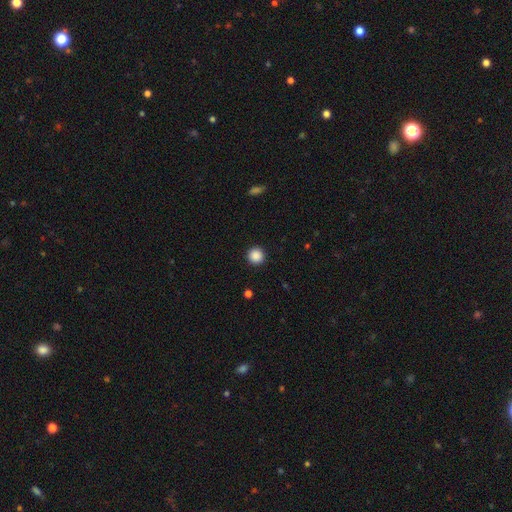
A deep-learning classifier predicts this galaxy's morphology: Smooth or featured? smooth (88%)
How rounded? round (96%)
Merging? none (93%)